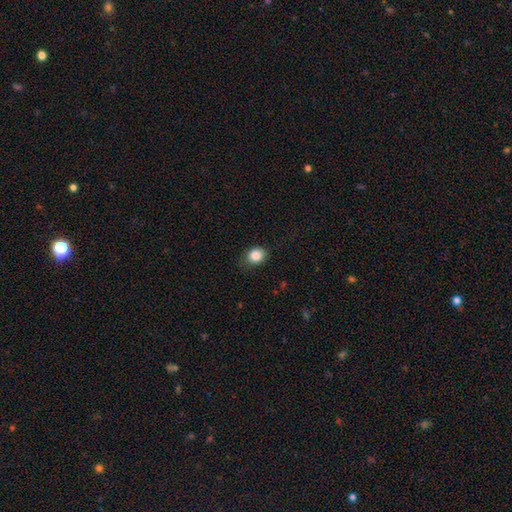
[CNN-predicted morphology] Overall: smooth (86%). How rounded: round (62%; in between 37%). Merging: none (75%).